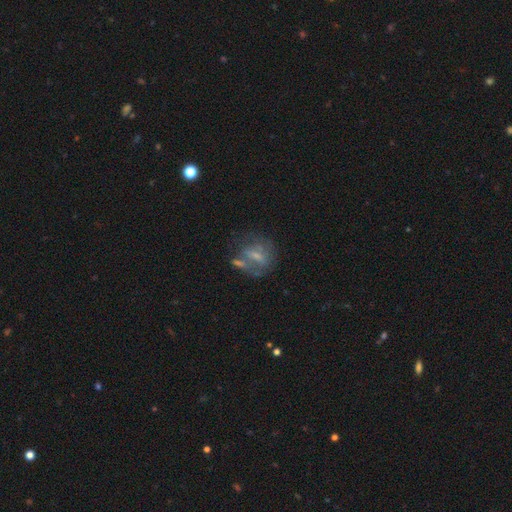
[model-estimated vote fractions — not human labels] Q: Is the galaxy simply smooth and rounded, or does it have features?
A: featured or disk — 51%.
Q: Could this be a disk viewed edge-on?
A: no — 92%.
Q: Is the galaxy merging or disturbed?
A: none — 45%.